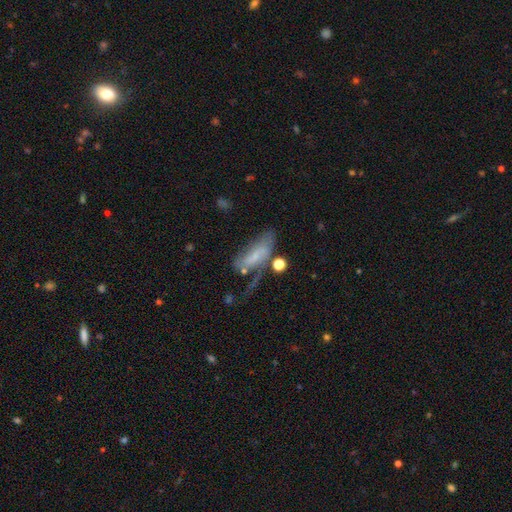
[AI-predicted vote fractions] A smooth galaxy with no disk features (46%). Merging: major disturbance (38%).